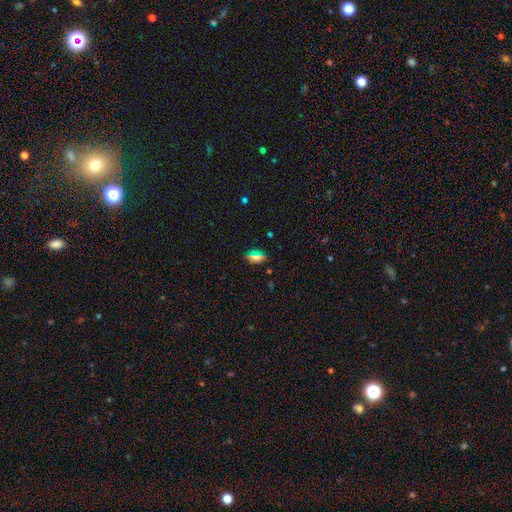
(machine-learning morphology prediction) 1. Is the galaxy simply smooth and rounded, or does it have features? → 59% smooth, 23% star or artifact, 17% featured or disk.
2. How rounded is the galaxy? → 75% in between, 16% round, 9% cigar-shaped.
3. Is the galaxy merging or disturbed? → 87% none, 9% minor disturbance, 2% major disturbance, 1% merger.